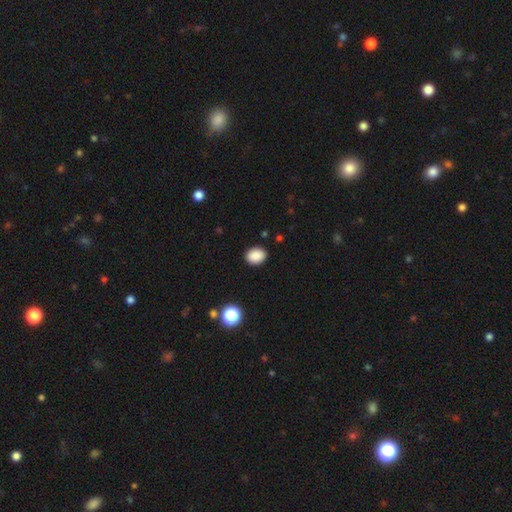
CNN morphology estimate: smooth_or_featured: smooth (p=0.88) [alt: star or artifact p=0.09]
how_rounded: in between (p=0.63) [alt: round p=0.36]
merging: none (p=0.89) [alt: minor disturbance p=0.08]